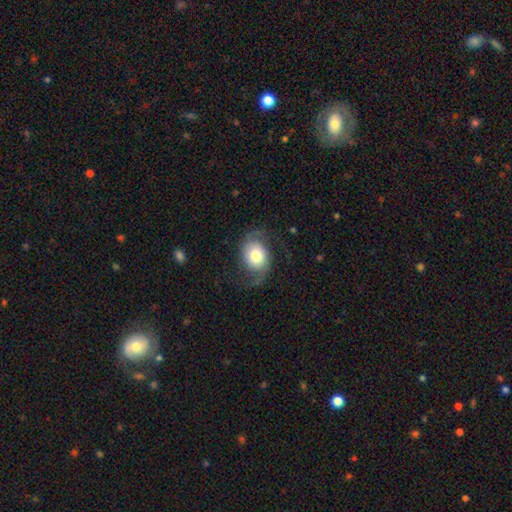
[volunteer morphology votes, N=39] A featured or disk galaxy (77%) with no bar (73%), 2 (91%) loose (65%) spiral arms (88%) and a moderate central bulge (46%).

Vote fractions:
- Smooth or featured? featured or disk: 77% / smooth: 15% / star or artifact: 8%
- Edge-on disk? no: 87% / yes: 13%
- Bar? no: 73% / weak: 27% / strong: 0%
- Spiral arms? yes: 88% / no: 12%
- Spiral winding? loose: 65% / medium: 30% / tight: 4%
- Spiral arm count? 2: 91% / 1: 4% / 4: 4% / 3: 0% / more than 4: 0% / can't tell: 0%
- Bulge size? moderate: 46% / large: 35% / small: 15% / dominant: 4% / none: 0%
- Merging? none: 89% / minor disturbance: 8% / major disturbance: 3% / merger: 0%